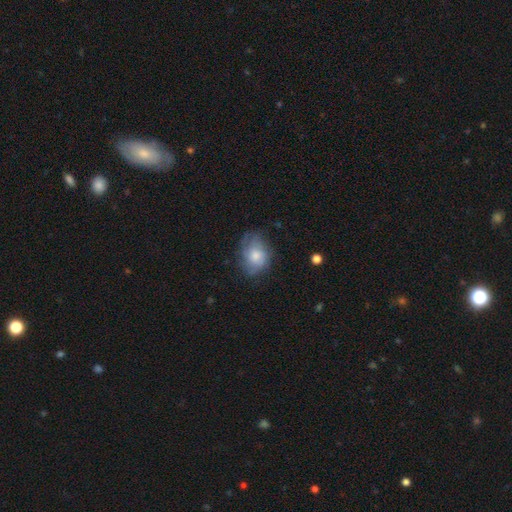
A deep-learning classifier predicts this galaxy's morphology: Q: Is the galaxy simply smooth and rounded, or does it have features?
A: smooth — 53%.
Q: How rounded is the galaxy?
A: in between — 63%.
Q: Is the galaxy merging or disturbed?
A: none — 59%.